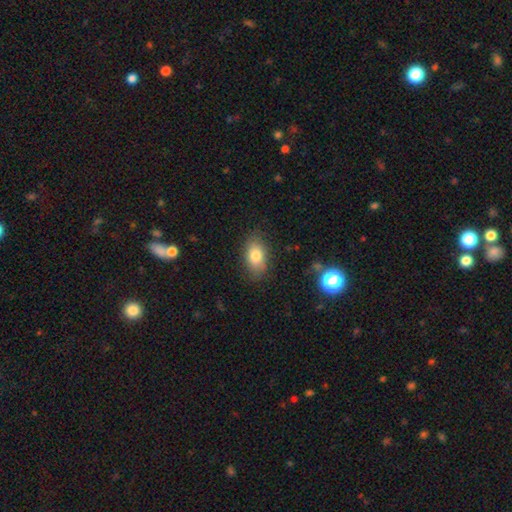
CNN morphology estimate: smooth-or-featured: smooth: 79% | featured or disk: 12% | star or artifact: 8%
  how-rounded: in between: 89% | round: 8% | cigar-shaped: 2%
  merging: none: 82% | minor disturbance: 14% | major disturbance: 3% | merger: 1%